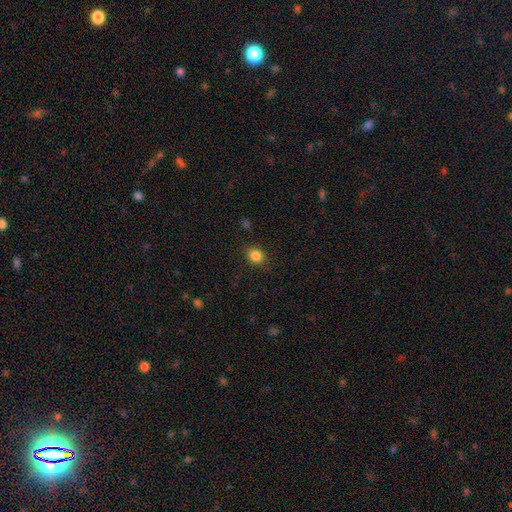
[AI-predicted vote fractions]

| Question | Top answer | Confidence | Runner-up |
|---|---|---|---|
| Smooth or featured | smooth | 85% | star or artifact (11%) |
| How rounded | round | 56% | in between (43%) |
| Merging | none | 87% | minor disturbance (9%) |